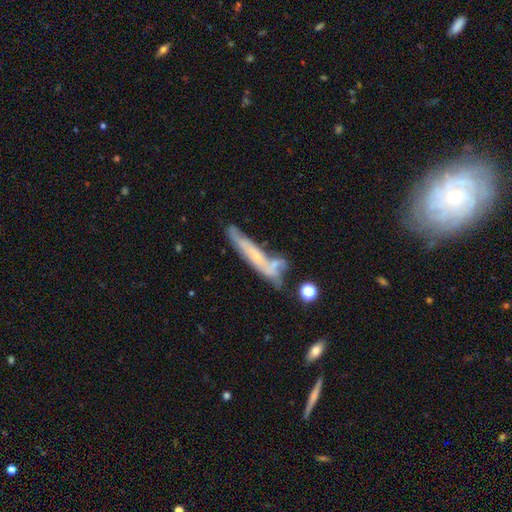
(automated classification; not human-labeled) Morphology: type=featured or disk (52%); edge-on=yes (61%); merging=none (39%).